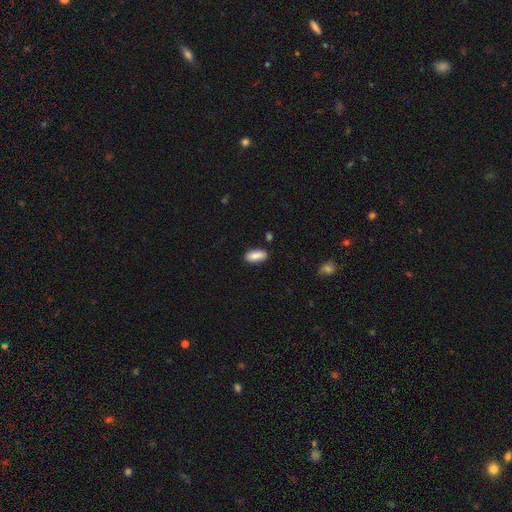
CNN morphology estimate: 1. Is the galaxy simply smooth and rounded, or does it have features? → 88% smooth, 6% star or artifact, 6% featured or disk.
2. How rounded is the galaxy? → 87% in between, 10% cigar-shaped, 2% round.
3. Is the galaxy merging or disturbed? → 85% none, 11% minor disturbance, 2% merger, 2% major disturbance.